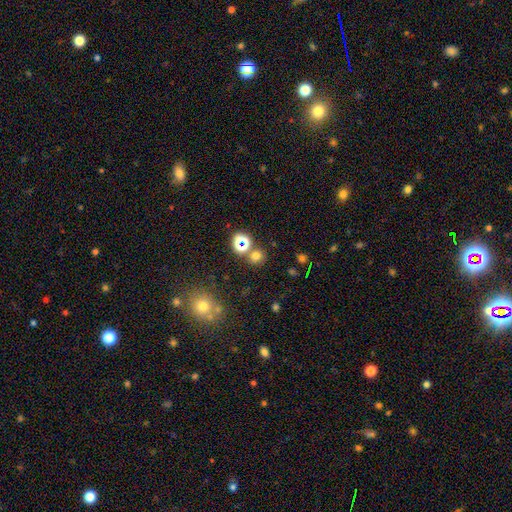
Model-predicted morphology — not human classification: type=smooth (62%); roundness=round (86%); merging=none (75%).